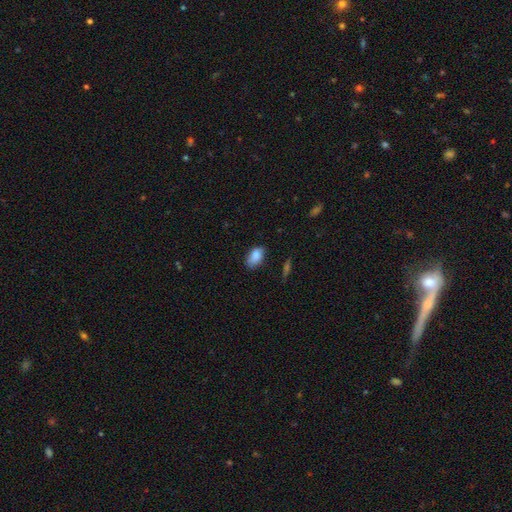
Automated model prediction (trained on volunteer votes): This is clearly a smooth galaxy (86%). How rounded: clearly in between (90%). Merging: likely none (68%).